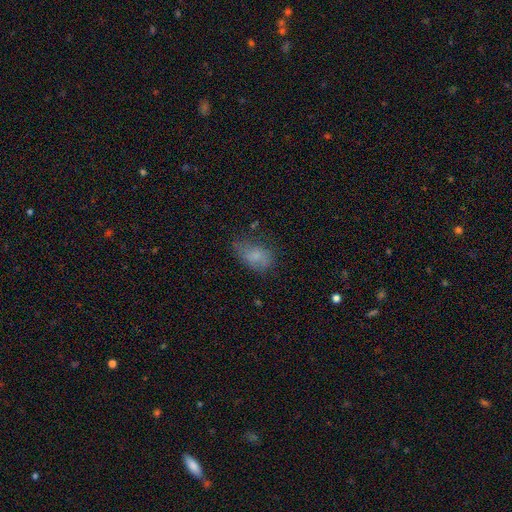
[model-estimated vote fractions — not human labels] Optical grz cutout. It shows a smooth galaxy with no disk features (75%) that is in between round and cigar-shaped (87%). Merging: none (48%).